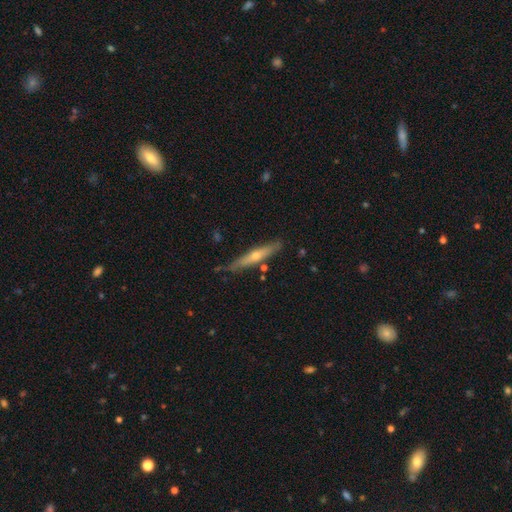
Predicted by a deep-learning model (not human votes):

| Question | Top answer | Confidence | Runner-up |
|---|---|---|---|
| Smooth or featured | featured or disk | 59% | smooth (35%) |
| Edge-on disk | yes | 92% | no (8%) |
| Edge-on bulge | rounded | 78% | none (19%) |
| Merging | none | 80% | minor disturbance (14%) |